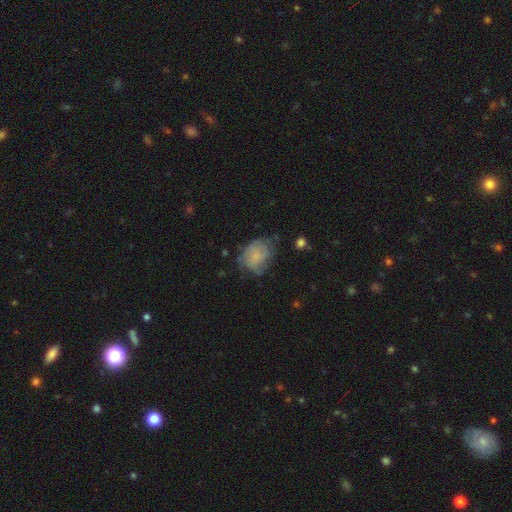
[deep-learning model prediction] This is likely a smooth galaxy (62%). How rounded: possibly in between (54%). Merging: possibly none (50%).